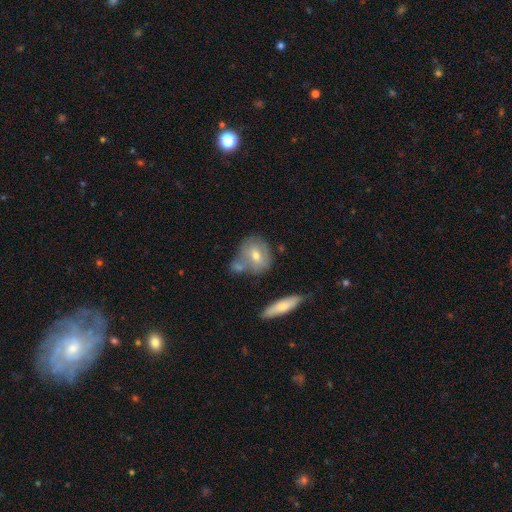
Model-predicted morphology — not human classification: Smooth or featured? Predicted: smooth (p=0.61). How rounded? Predicted: round (p=0.60). Merging? Predicted: none (p=0.49).